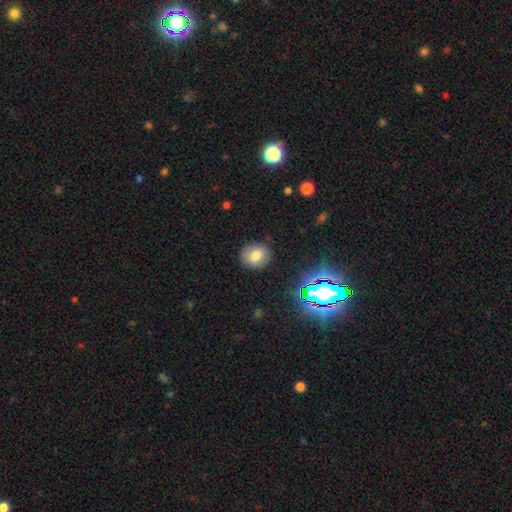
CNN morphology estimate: The model was most divided on "how rounded": round: 68%, in between: 31%, cigar-shaped: 1%. More confident: merging — none (85%); smooth or featured — smooth (74%).